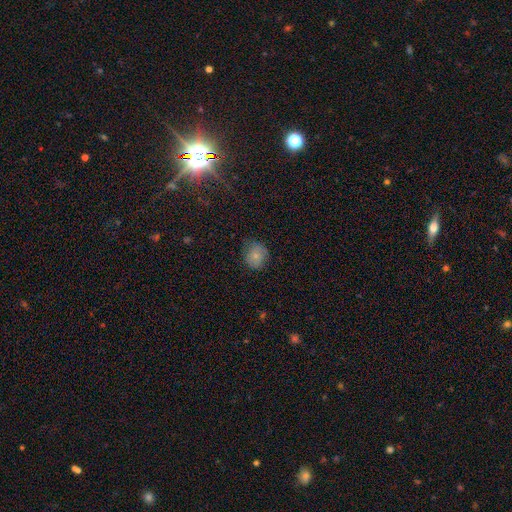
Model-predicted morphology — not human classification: Overall: smooth (77%). How rounded: round (76%). Merging: none (73%).